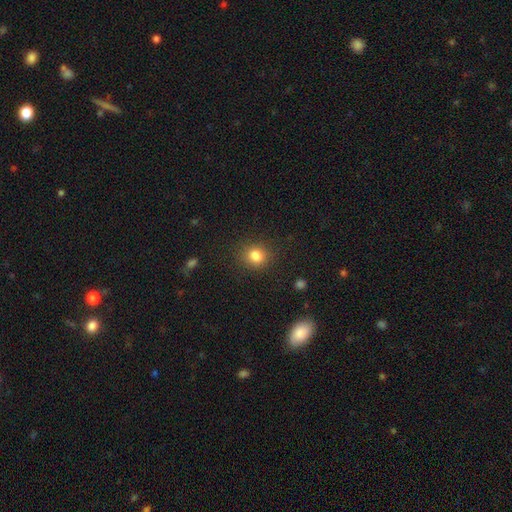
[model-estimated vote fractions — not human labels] Smooth or featured: smooth — 83% (star or artifact — 11%)
How rounded: round — 75% (in between — 24%)
Merging: none — 86% (minor disturbance — 9%)